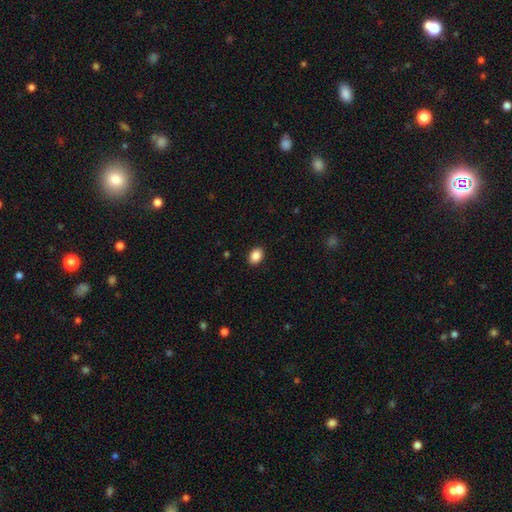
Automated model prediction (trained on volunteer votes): A smooth galaxy with no disk features (89%) that is in between round and cigar-shaped (79%).

Vote fractions:
- Smooth or featured? smooth: 89% / star or artifact: 8% / featured or disk: 3%
- How rounded? in between: 79% / round: 20% / cigar-shaped: 1%
- Merging? none: 90% / minor disturbance: 7% / major disturbance: 2% / merger: 1%